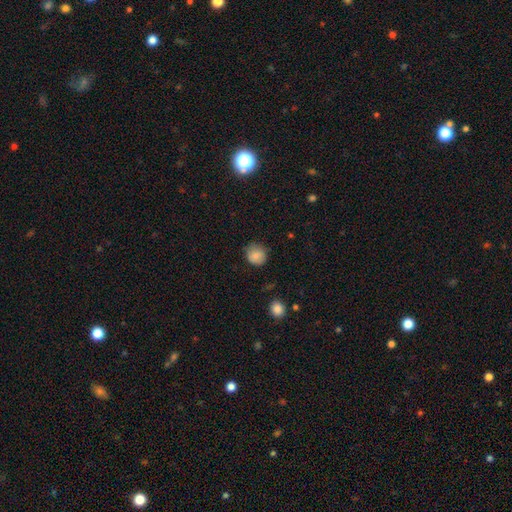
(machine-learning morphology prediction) This is clearly a smooth galaxy (84%). How rounded: clearly round (86%). Merging: likely none (77%).